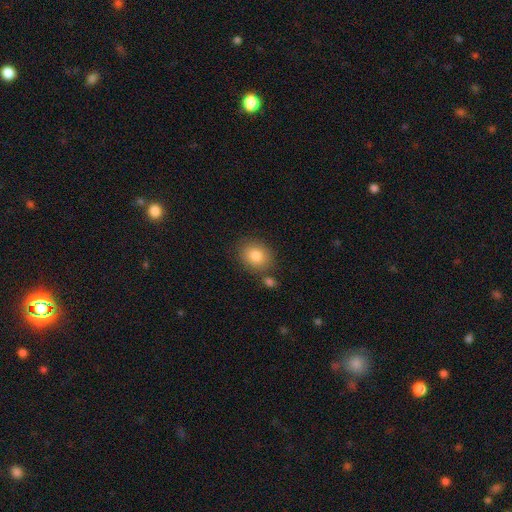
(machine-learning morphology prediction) Smooth or featured: smooth — 85% (star or artifact — 8%)
How rounded: round — 56% (in between — 43%)
Merging: none — 75% (minor disturbance — 12%)